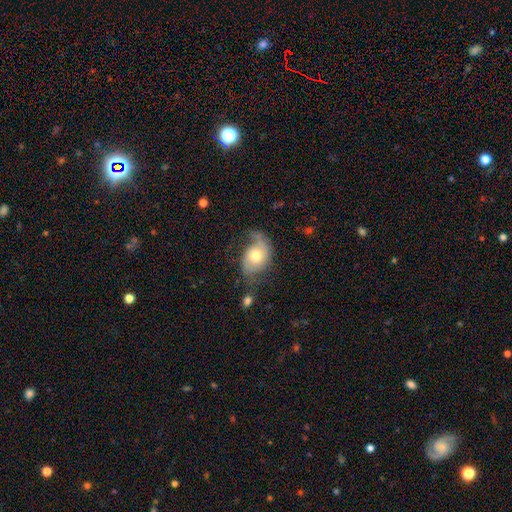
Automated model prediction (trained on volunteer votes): Smooth or featured? Predicted: featured or disk (p=0.57). Edge-on disk? Predicted: no (p=0.95). Bar? Predicted: no (p=0.77). Spiral arms? Predicted: yes (p=0.81). Bulge size? Predicted: moderate (p=0.69). Merging? Predicted: none (p=0.46).